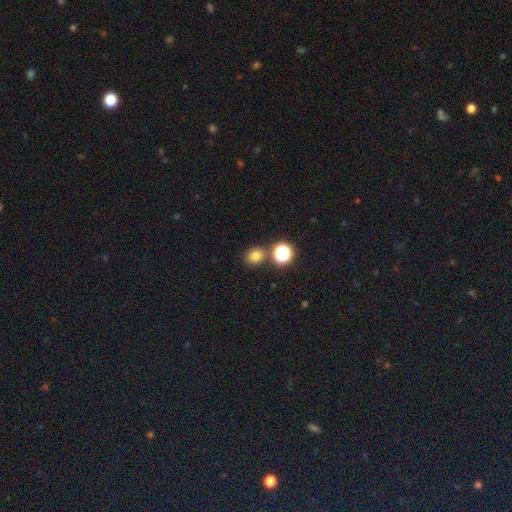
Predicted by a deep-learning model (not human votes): Overall: smooth (76%). How rounded: round (68%; in between 31%). Merging: none (76%).